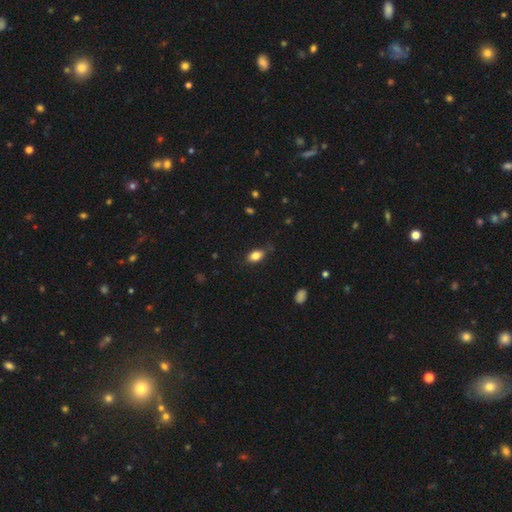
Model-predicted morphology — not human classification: smooth 82%, featured or disk 9%, star or artifact 9%. Down the decision tree: how rounded — in between (86%); merging — none (76%).